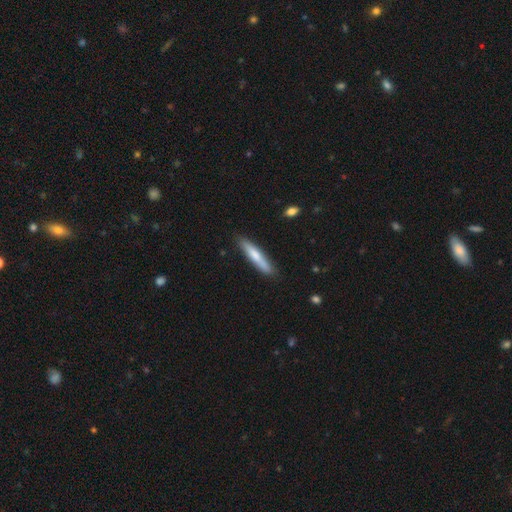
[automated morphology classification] Q: Smooth or featured?
A: smooth (68%); runner-up: featured or disk (27%)
Q: How rounded?
A: cigar-shaped (89%); runner-up: in between (10%)
Q: Merging?
A: none (85%); runner-up: minor disturbance (12%)